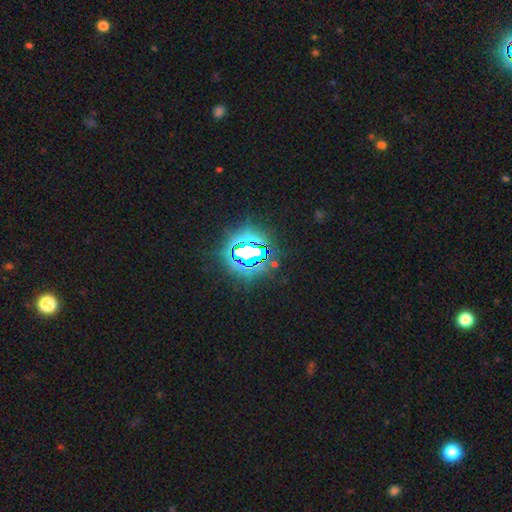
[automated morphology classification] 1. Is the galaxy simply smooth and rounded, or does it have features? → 79% star or artifact, 12% smooth, 9% featured or disk.